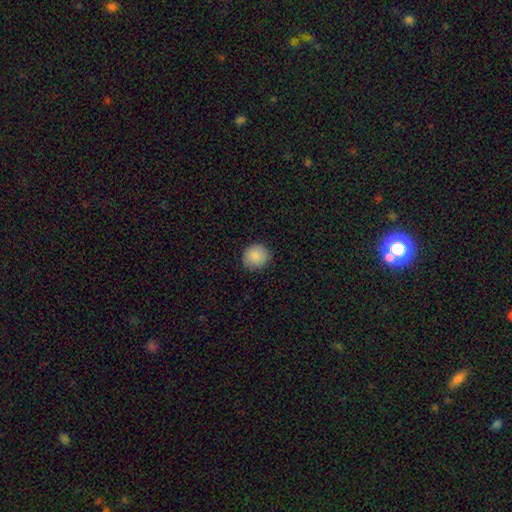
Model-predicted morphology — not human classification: A smooth galaxy with no disk features (88%) that is round (85%). Merging: none (89%).